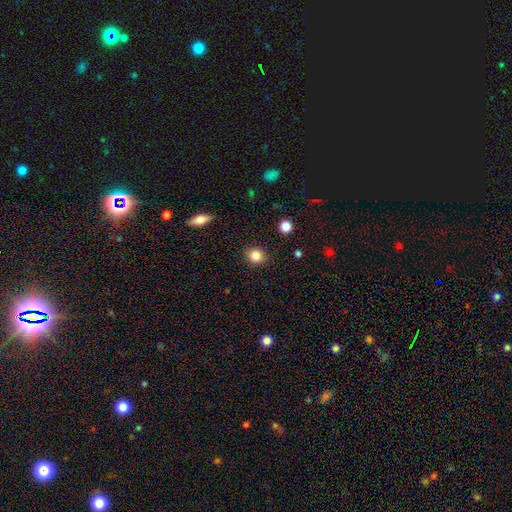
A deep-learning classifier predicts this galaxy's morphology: smooth-or-featured: smooth: 84% | star or artifact: 11% | featured or disk: 6%
  how-rounded: round: 79% | in between: 20% | cigar-shaped: 1%
  merging: none: 89% | minor disturbance: 8% | major disturbance: 2% | merger: 1%